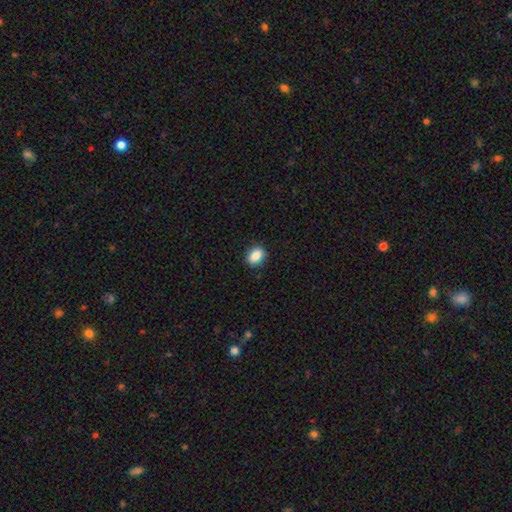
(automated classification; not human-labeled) smooth-or-featured: smooth: 86% | star or artifact: 8% | featured or disk: 6%
  how-rounded: in between: 66% | round: 32% | cigar-shaped: 1%
  merging: none: 89% | minor disturbance: 8% | major disturbance: 2% | merger: 1%